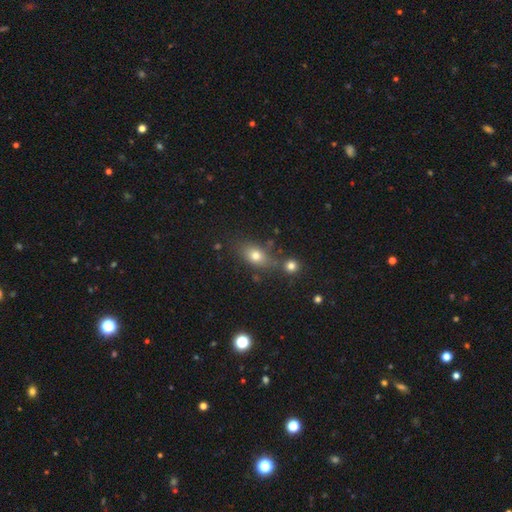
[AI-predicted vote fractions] A smooth galaxy with no disk features (73%) that is in between round and cigar-shaped (73%). Merging: none (66%).